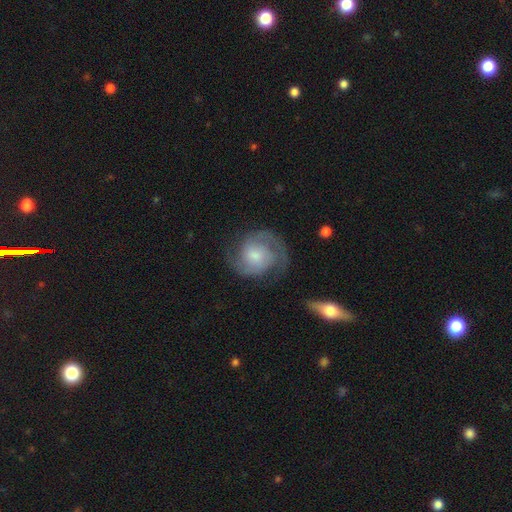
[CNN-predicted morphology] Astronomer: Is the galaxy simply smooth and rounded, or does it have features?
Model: featured or disk — 82%.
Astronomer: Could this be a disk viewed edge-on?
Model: no — 98%.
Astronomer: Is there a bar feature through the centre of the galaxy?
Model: no — 55% (runner-up: weak, 39%).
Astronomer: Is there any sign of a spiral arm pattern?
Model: yes — 97%.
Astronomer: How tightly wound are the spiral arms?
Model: medium — 49% (runner-up: tight, 36%).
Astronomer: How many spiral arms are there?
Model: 2 — 88%.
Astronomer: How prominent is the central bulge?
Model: moderate — 41% (runner-up: small, 39%).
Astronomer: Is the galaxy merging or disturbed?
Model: none — 73%.